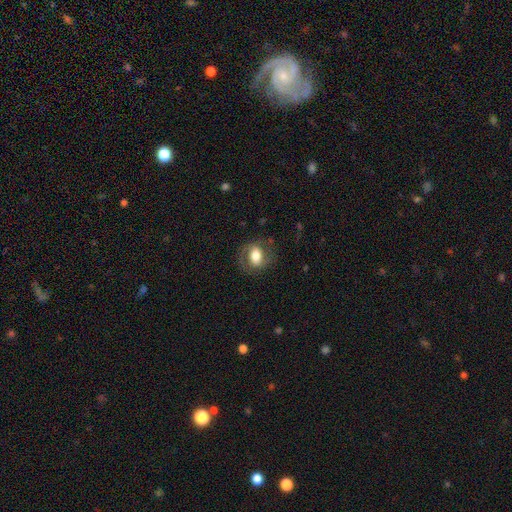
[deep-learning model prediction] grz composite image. It shows a smooth galaxy with no disk features (54%) that is in between round and cigar-shaped (62%). Merging: none (73%).